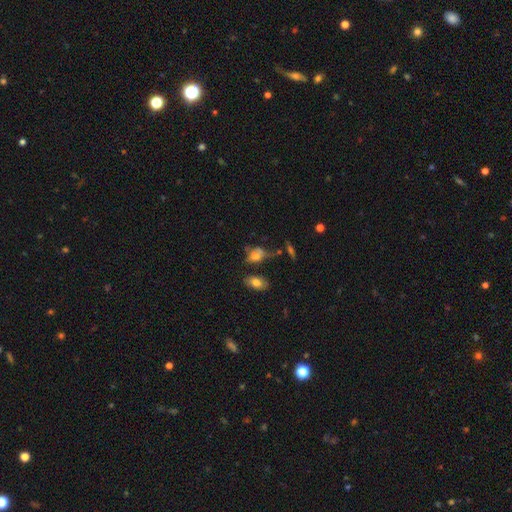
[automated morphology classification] Q: Smooth or featured?
A: smooth (63%); runner-up: featured or disk (23%)
Q: How rounded?
A: in between (75%); runner-up: round (22%)
Q: Merging?
A: none (39%); runner-up: minor disturbance (24%)